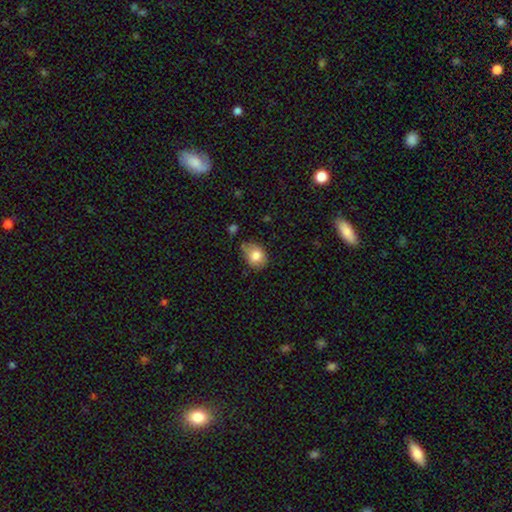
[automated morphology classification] Smooth or featured? smooth (82%)
How rounded? in between (62%)
Merging? none (64%)